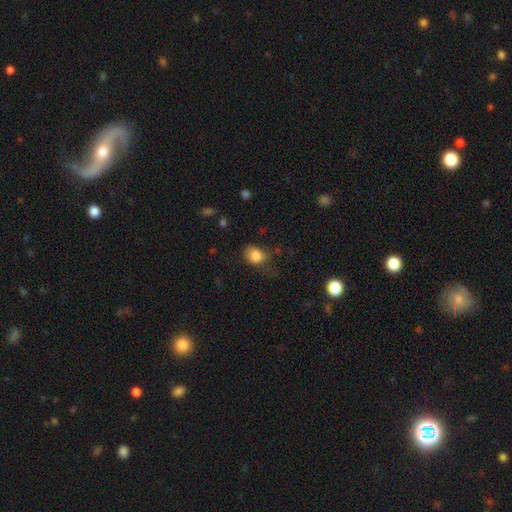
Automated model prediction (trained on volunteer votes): The model was most divided on "how rounded": in between: 50%, round: 49%, cigar-shaped: 1%. Remaining: smooth or featured — smooth (83%); merging — none (45%).